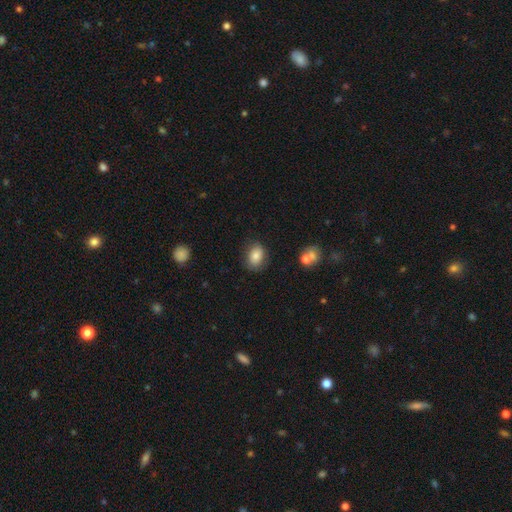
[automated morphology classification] Overall: smooth (79%). How rounded: in between (72%). Merging: none (78%).